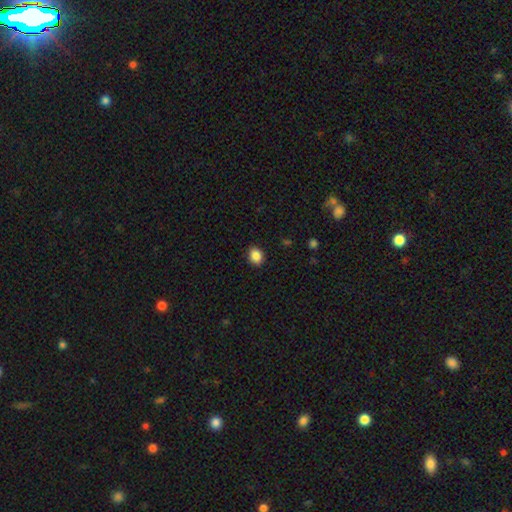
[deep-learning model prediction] Smooth or featured? Predicted: smooth (p=0.88). How rounded? Predicted: in between (p=0.51). Merging? Predicted: none (p=0.90).